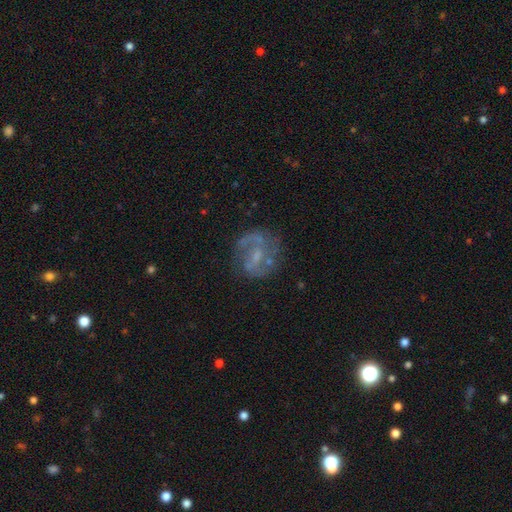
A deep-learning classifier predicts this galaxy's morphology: Smooth or featured?
  - featured or disk: 74% *
  - smooth: 17%
  - star or artifact: 9%
Edge-on disk?
  - no: 97% *
  - yes: 3%
Bar?
  - weak: 50% *
  - no: 33%
  - strong: 18%
Spiral arms?
  - yes: 80% *
  - no: 20%
Spiral winding?
  - medium: 47% *
  - loose: 32%
  - tight: 21%
Spiral arm count?
  - 2: 72% *
  - can't tell: 14%
  - 1: 9%
  - 3: 3%
  - 4: 1%
  - more than 4: 1%
Bulge size?
  - small: 44% *
  - none: 27%
  - moderate: 25%
  - large: 2%
  - dominant: 1%
Merging?
  - none: 65% *
  - minor disturbance: 18%
  - major disturbance: 14%
  - merger: 4%